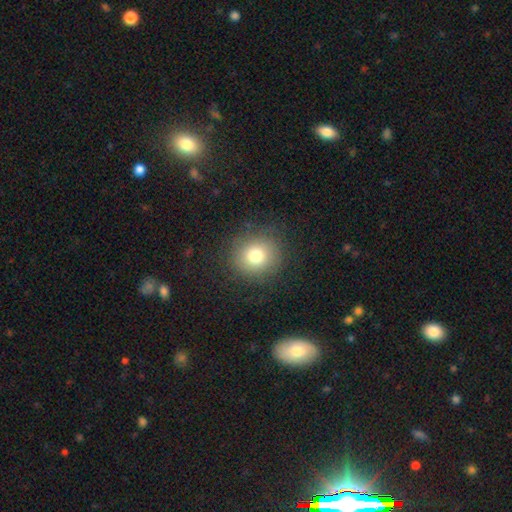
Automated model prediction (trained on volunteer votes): Overall: smooth (77%). How rounded: round (89%). Merging: none (86%).